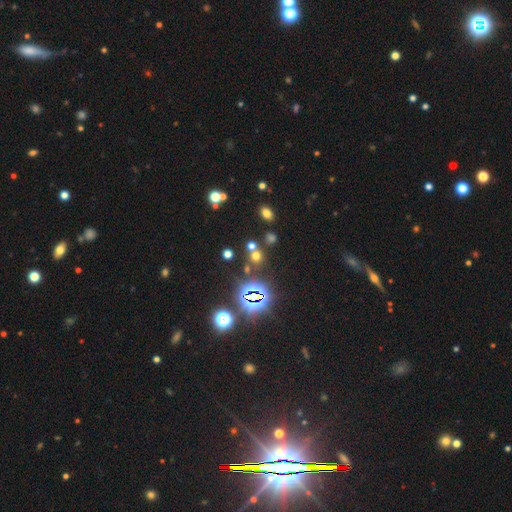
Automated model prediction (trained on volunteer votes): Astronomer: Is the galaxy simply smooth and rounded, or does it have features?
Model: star or artifact — 46% (runner-up: smooth, 45%).